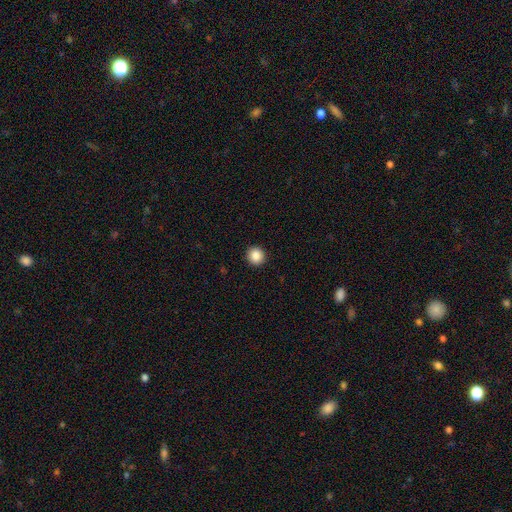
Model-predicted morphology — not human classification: smooth-or-featured: smooth: 87% | star or artifact: 9% | featured or disk: 4%
  how-rounded: round: 94% | in between: 5% | cigar-shaped: 1%
  merging: none: 93% | minor disturbance: 4% | major disturbance: 1% | merger: 1%